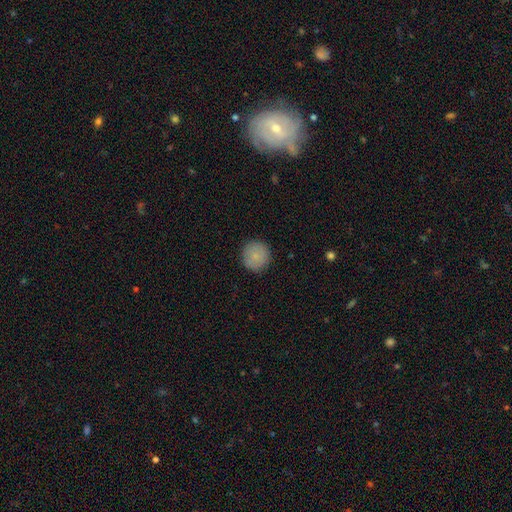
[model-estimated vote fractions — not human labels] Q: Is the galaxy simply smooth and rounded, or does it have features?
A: smooth — 83%.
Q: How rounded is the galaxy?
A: round — 92%.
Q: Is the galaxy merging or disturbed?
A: none — 89%.